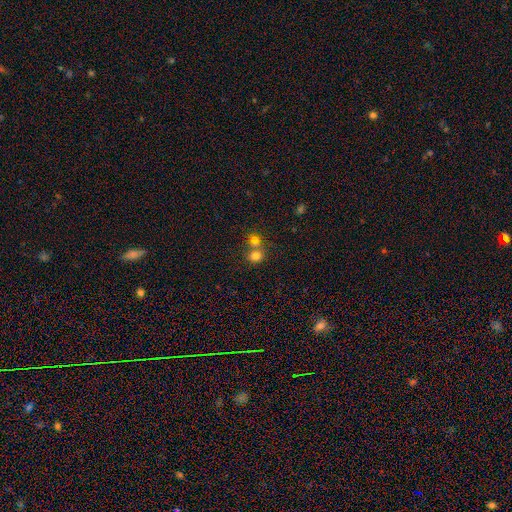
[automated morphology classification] Smooth or featured? Predicted: smooth (p=0.77). How rounded? Predicted: round (p=0.78). Merging? Predicted: merger (p=0.52).